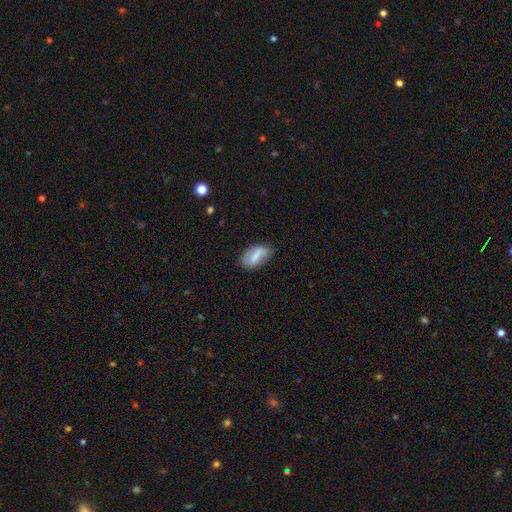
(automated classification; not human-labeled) This appears to be a smooth galaxy with no disk features (61%) that is in between round and cigar-shaped (91%). Merging: none (64%).